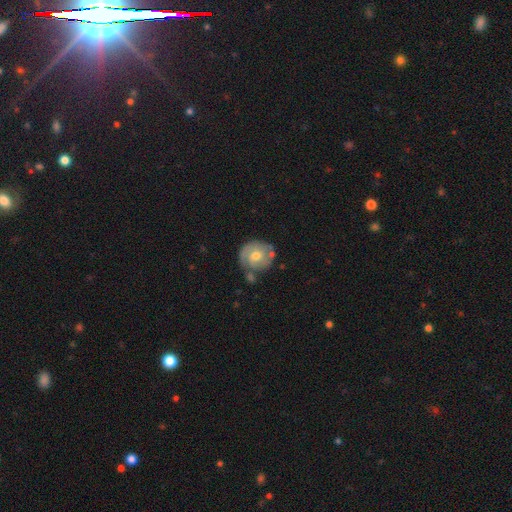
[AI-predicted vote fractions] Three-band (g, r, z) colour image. It shows a featured or disk galaxy (62%) with no bar (72%), spiral arms (78%) and a moderate central bulge (71%). Merging: none (60%).